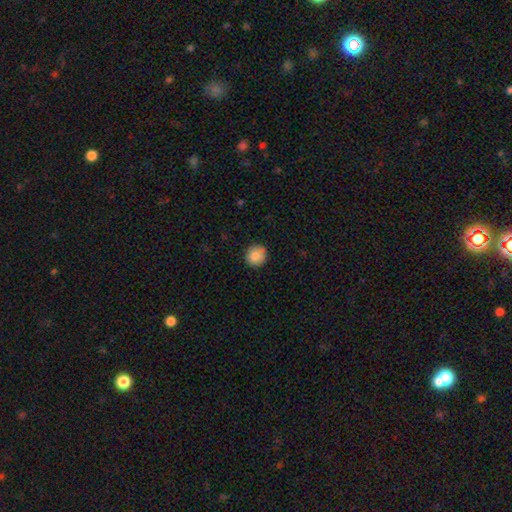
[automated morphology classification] This is clearly a smooth galaxy (87%). How rounded: clearly round (92%). Merging: clearly none (88%).